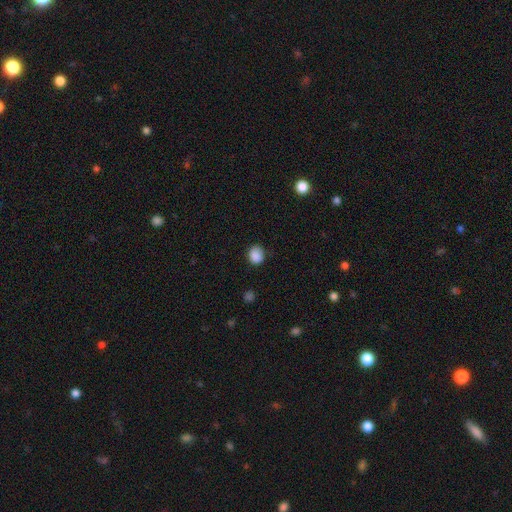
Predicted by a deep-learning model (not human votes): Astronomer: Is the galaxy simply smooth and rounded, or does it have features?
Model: smooth — 87%.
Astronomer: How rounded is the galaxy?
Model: round — 68%.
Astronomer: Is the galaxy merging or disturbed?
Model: none — 79%.